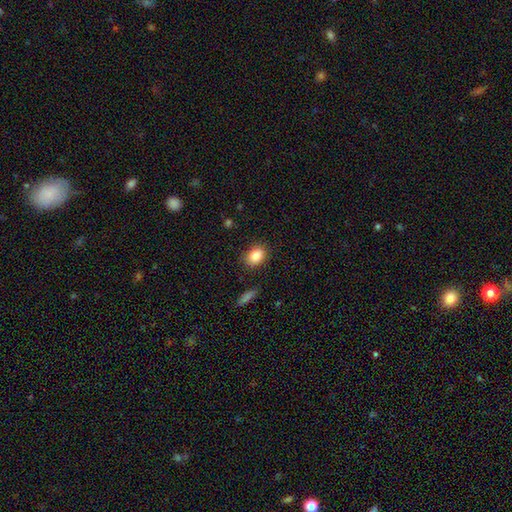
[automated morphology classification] smooth 87%, star or artifact 8%, featured or disk 5%. Down the decision tree: how rounded — in between (70%); merging — none (84%).